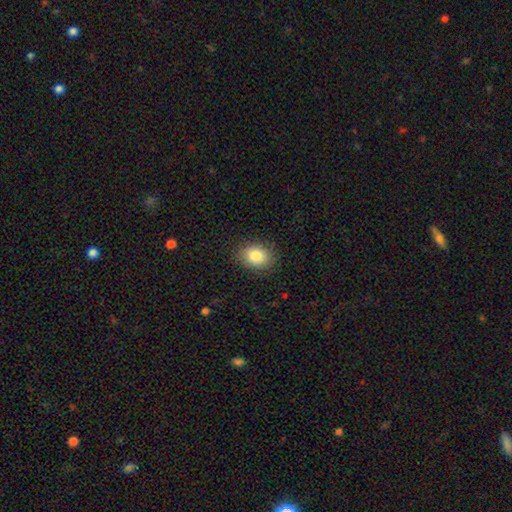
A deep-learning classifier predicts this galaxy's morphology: A smooth galaxy with no disk features (84%) that is in between round and cigar-shaped (66%).

Vote fractions:
- Smooth or featured? smooth: 84% / star or artifact: 8% / featured or disk: 7%
- How rounded? in between: 66% / round: 33% / cigar-shaped: 1%
- Merging? none: 85% / minor disturbance: 11% / major disturbance: 3% / merger: 1%